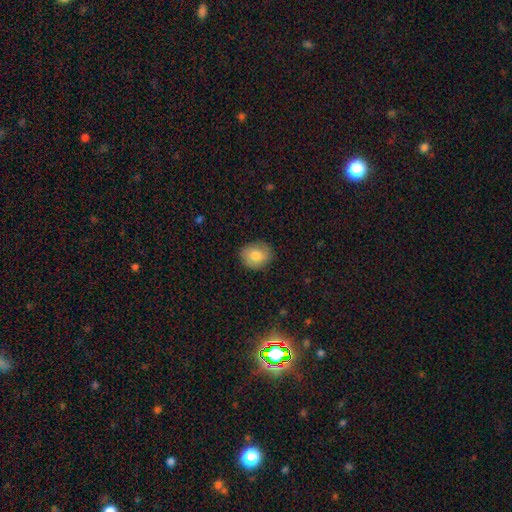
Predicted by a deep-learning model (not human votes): smooth_or_featured: smooth (p=0.78) [alt: featured or disk p=0.14]
how_rounded: round (p=0.65) [alt: in between p=0.34]
merging: none (p=0.85) [alt: minor disturbance p=0.11]